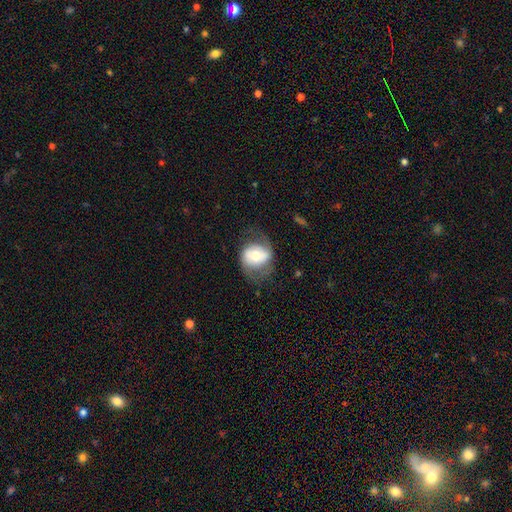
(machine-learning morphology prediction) smooth_or_featured: featured or disk (p=0.52) [alt: smooth p=0.41]
disk_edge_on: no (p=0.96) [alt: yes p=0.04]
merging: none (p=0.57) [alt: minor disturbance p=0.23]